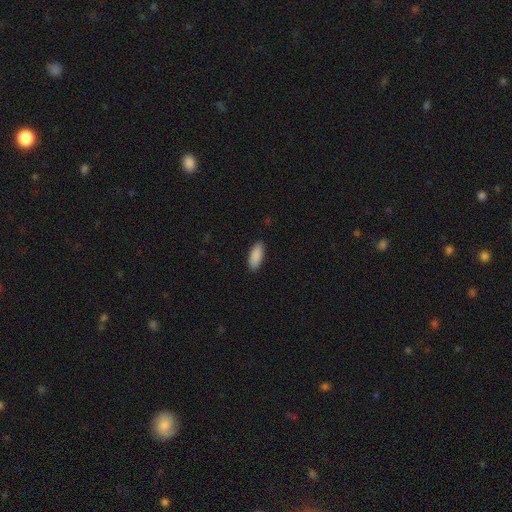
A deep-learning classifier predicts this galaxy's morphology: A smooth galaxy with no disk features (90%) that is in between round and cigar-shaped (79%).

Vote fractions:
- Smooth or featured? smooth: 90% / star or artifact: 6% / featured or disk: 4%
- How rounded? in between: 79% / cigar-shaped: 19% / round: 2%
- Merging? none: 89% / minor disturbance: 9% / major disturbance: 2% / merger: 1%